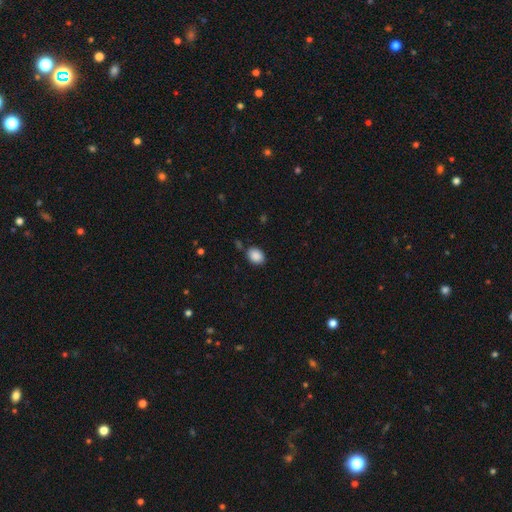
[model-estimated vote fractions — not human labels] This appears to be a smooth galaxy with no disk features (89%) that is in between round and cigar-shaped (64%). Merging: none (80%).